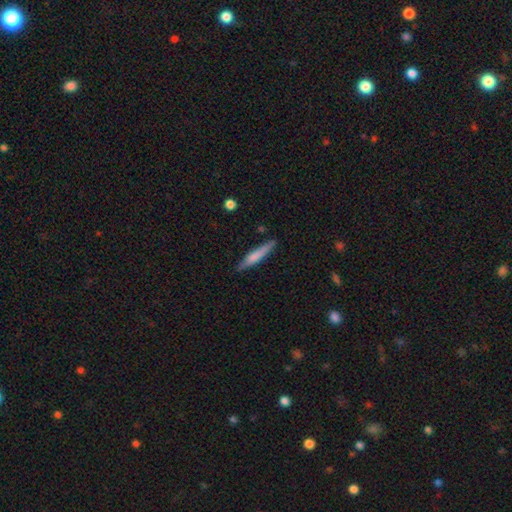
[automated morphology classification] Smooth or featured? smooth (60%)
How rounded? cigar-shaped (91%)
Merging? none (84%)